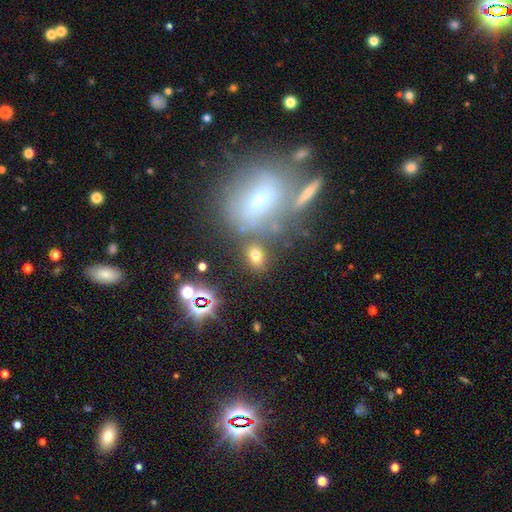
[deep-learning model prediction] A smooth galaxy with no disk features (72%) that is in between round and cigar-shaped (74%).

Vote fractions:
- Smooth or featured? smooth: 72% / star or artifact: 16% / featured or disk: 12%
- How rounded? in between: 74% / round: 24% / cigar-shaped: 3%
- Merging? none: 73% / minor disturbance: 11% / merger: 11% / major disturbance: 5%